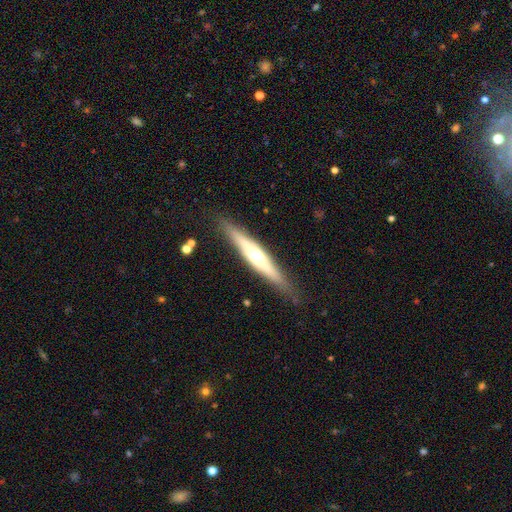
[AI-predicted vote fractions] smooth-or-featured: featured or disk: 63% | smooth: 31% | star or artifact: 6%
  disk-edge-on: yes: 93% | no: 7%
    edge-on-bulge: rounded: 82% | none: 10% | boxy: 8%
  merging: none: 86% | minor disturbance: 11% | major disturbance: 2% | merger: 1%